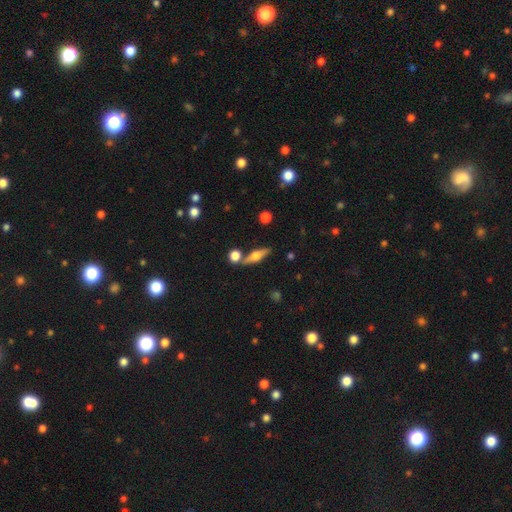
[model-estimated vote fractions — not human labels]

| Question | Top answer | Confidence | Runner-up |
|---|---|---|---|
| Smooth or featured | featured or disk | 56% | smooth (36%) |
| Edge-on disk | yes | 93% | no (7%) |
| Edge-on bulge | rounded | 93% | boxy (4%) |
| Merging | none | 75% | merger (12%) |